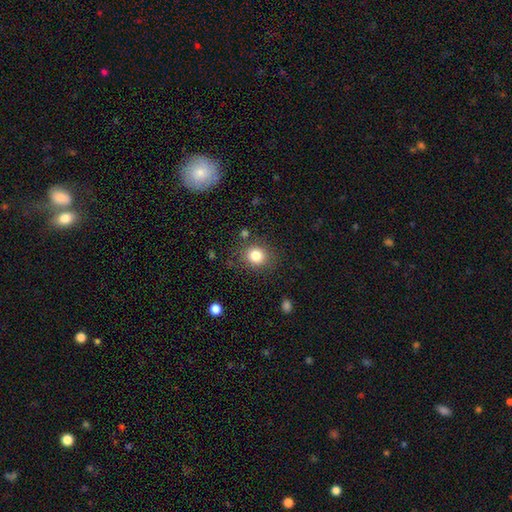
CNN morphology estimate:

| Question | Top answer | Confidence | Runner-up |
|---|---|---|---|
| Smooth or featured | smooth | 82% | star or artifact (11%) |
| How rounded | round | 75% | in between (25%) |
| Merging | none | 82% | minor disturbance (11%) |